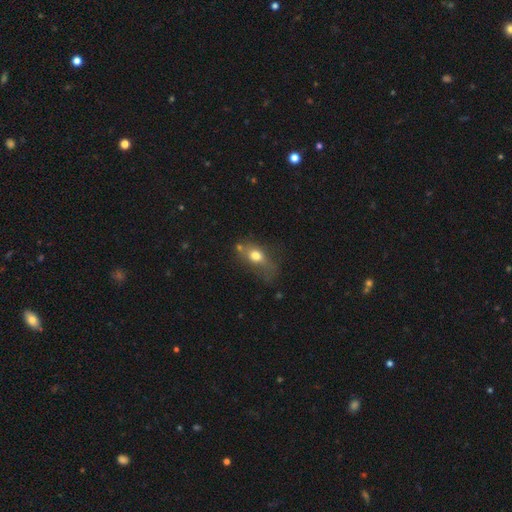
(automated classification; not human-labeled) A smooth galaxy with no disk features (70%) that is in between round and cigar-shaped (67%). Merging: none (40%).